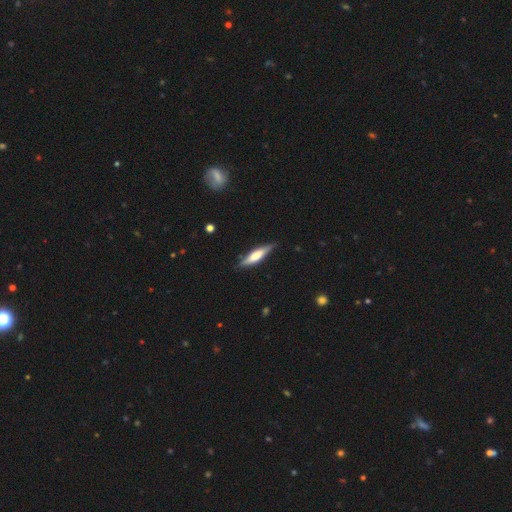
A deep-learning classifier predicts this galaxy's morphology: Smooth or featured?
  - smooth: 50% *
  - featured or disk: 45%
  - star or artifact: 5%
How rounded?
  - cigar-shaped: 76% *
  - in between: 22%
  - round: 2%
Merging?
  - none: 82% *
  - minor disturbance: 14%
  - major disturbance: 2%
  - merger: 1%